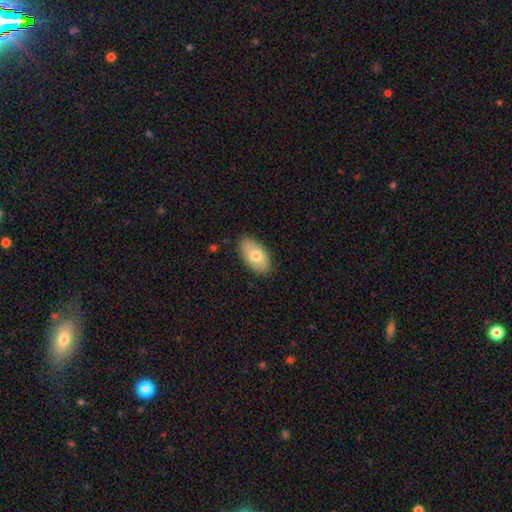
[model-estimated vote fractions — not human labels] This is likely a smooth galaxy (74%). How rounded: clearly in between (93%). Merging: clearly none (85%).